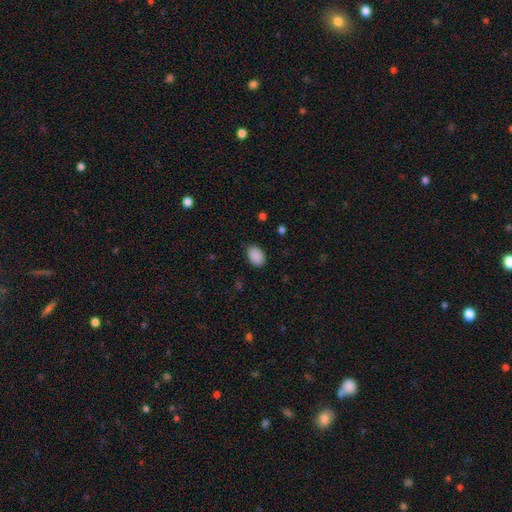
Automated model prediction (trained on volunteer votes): This is clearly a smooth galaxy (90%). How rounded: clearly in between (86%). Merging: clearly none (87%).